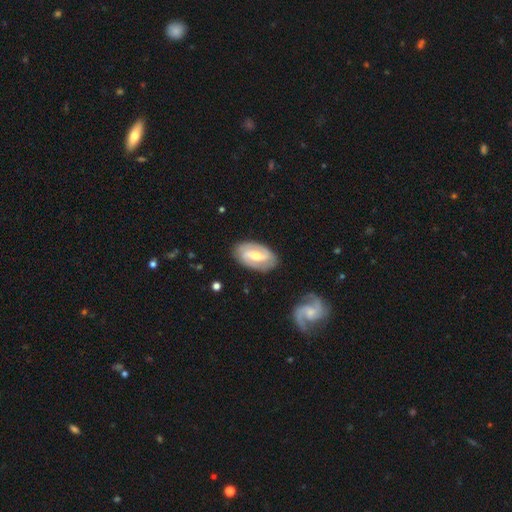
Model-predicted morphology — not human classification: This is clearly a featured or disk galaxy (81%). It is clearly not viewed edge-on (95%). Bar: possibly strong (45%). Spiral arm pattern: clearly yes (90%). Spiral arm count: clearly 2 (88%). Spiral winding: marginally medium (43%). Central bulge: likely moderate (62%). Merging: clearly none (85%).